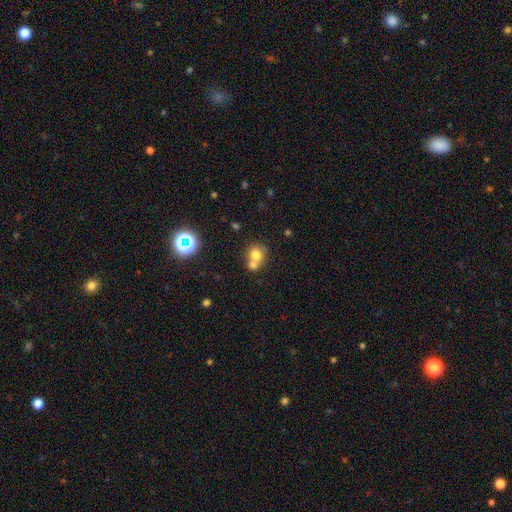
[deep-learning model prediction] Overall: smooth (71%). How rounded: round (78%). Merging: merger (52%; none 36%).